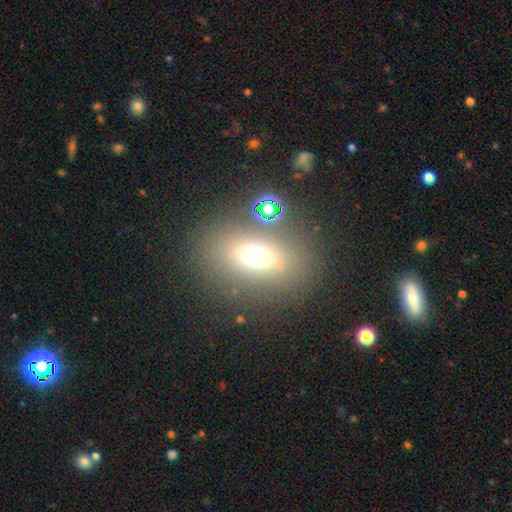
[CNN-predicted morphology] Smooth or featured?
  - smooth: 65% *
  - star or artifact: 20%
  - featured or disk: 15%
How rounded?
  - in between: 68% *
  - round: 30%
  - cigar-shaped: 3%
Merging?
  - none: 76% *
  - minor disturbance: 10%
  - merger: 8%
  - major disturbance: 6%